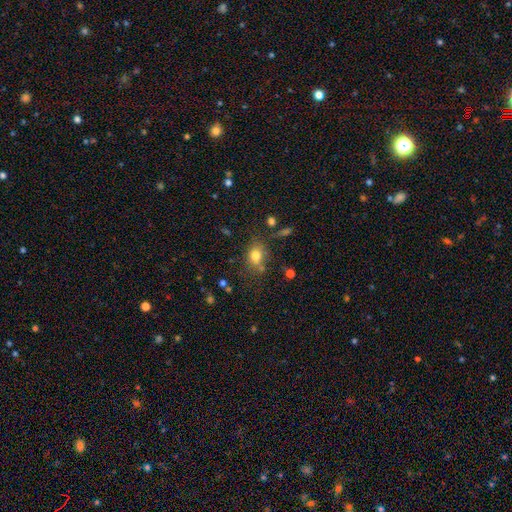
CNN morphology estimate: A smooth galaxy with no disk features (76%) that is in between round and cigar-shaped (58%).

Vote fractions:
- Smooth or featured? smooth: 76% / star or artifact: 13% / featured or disk: 11%
- How rounded? in between: 58% / round: 41% / cigar-shaped: 2%
- Merging? none: 67% / minor disturbance: 18% / merger: 9% / major disturbance: 6%